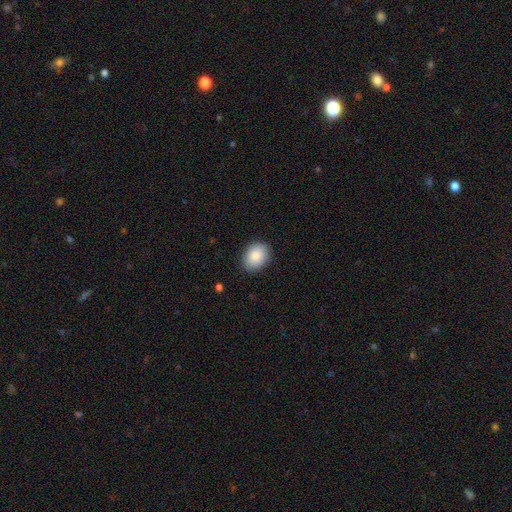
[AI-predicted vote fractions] A smooth galaxy with no disk features (87%) that is in between round and cigar-shaped (66%).

Vote fractions:
- Smooth or featured? smooth: 87% / star or artifact: 7% / featured or disk: 6%
- How rounded? in between: 66% / round: 33% / cigar-shaped: 1%
- Merging? none: 86% / minor disturbance: 10% / major disturbance: 2% / merger: 1%